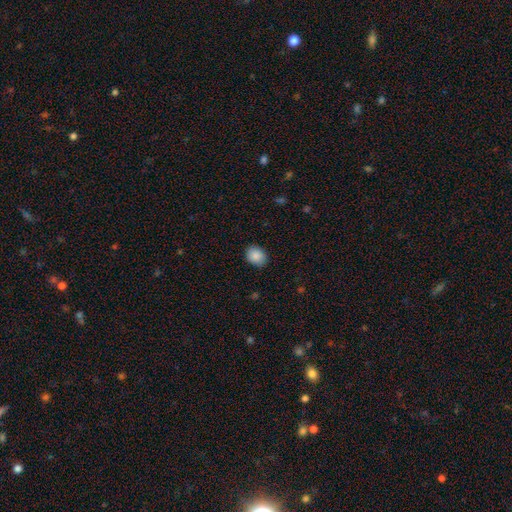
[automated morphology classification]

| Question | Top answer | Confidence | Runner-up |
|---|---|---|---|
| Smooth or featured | smooth | 88% | star or artifact (8%) |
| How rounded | round | 52% | in between (47%) |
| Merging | none | 87% | minor disturbance (10%) |